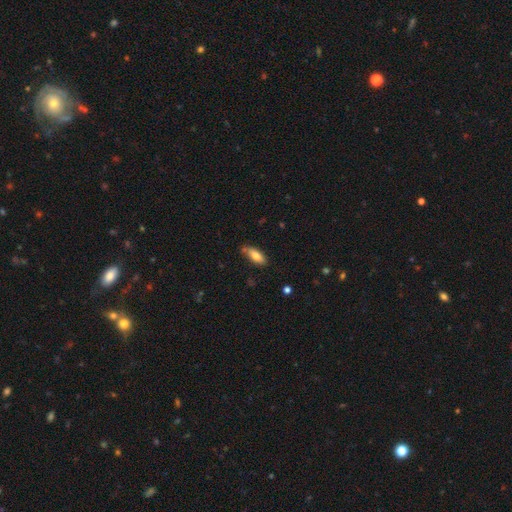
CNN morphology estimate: Overall: smooth (80%). How rounded: in between (78%). Merging: none (72%).